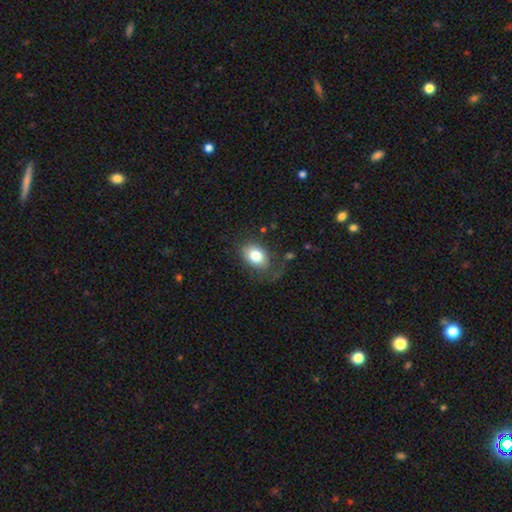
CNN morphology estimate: Smooth or featured?
  - smooth: 78% *
  - featured or disk: 13%
  - star or artifact: 8%
How rounded?
  - in between: 71% *
  - round: 28%
  - cigar-shaped: 1%
Merging?
  - none: 66% *
  - minor disturbance: 19%
  - major disturbance: 12%
  - merger: 2%